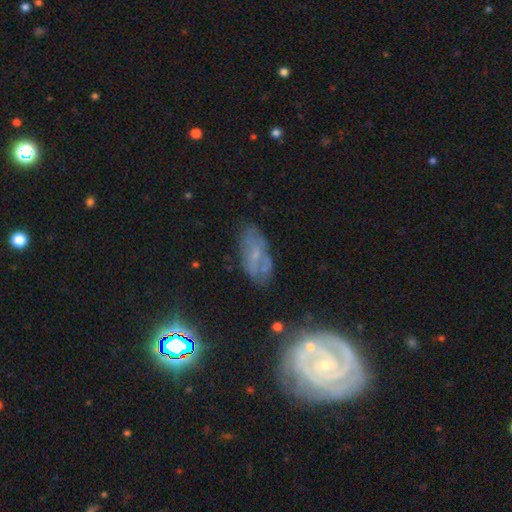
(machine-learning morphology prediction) Smooth or featured?
  - featured or disk: 56% *
  - smooth: 31%
  - star or artifact: 14%
Edge-on disk?
  - no: 91% *
  - yes: 9%
Bar?
  - no: 53% *
  - weak: 36%
  - strong: 11%
Spiral arms?
  - yes: 62% *
  - no: 38%
Bulge size?
  - small: 58% *
  - none: 21%
  - moderate: 18%
  - large: 2%
  - dominant: 1%
Merging?
  - none: 62% *
  - minor disturbance: 22%
  - major disturbance: 11%
  - merger: 5%